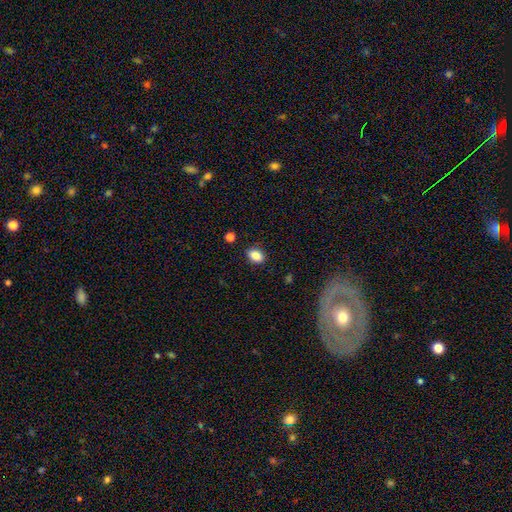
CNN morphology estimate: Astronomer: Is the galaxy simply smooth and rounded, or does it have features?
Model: smooth — 87%.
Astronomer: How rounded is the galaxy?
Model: in between — 79%.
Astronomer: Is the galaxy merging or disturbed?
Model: none — 86%.